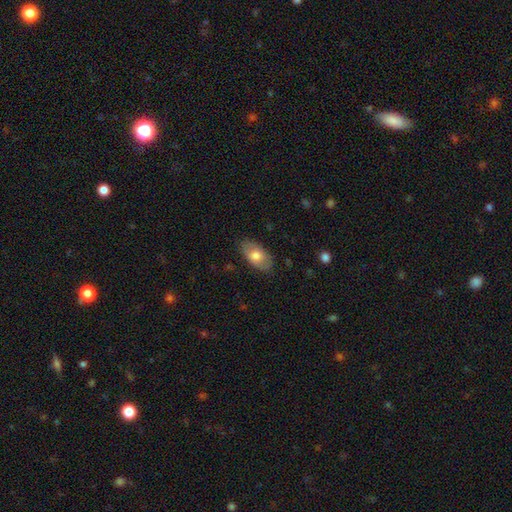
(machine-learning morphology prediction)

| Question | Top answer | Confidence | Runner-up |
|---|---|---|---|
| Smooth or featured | smooth | 71% | featured or disk (23%) |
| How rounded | in between | 93% | round (5%) |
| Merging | none | 82% | minor disturbance (14%) |